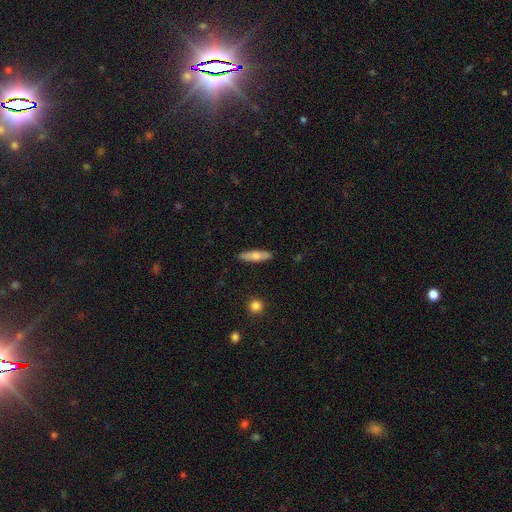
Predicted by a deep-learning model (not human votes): Smooth or featured? Predicted: smooth (p=0.62). How rounded? Predicted: cigar-shaped (p=0.72). Merging? Predicted: none (p=0.89).